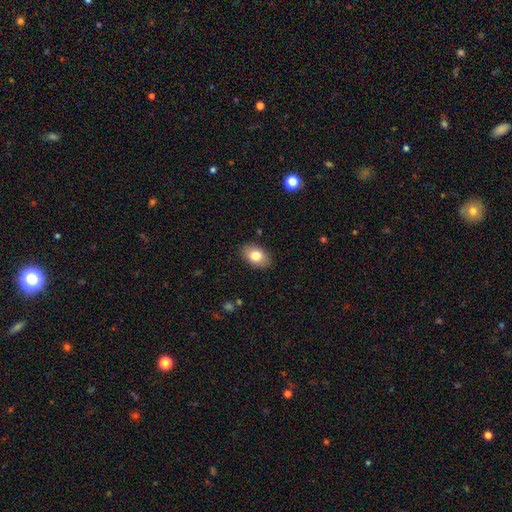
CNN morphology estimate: Smooth or featured? Predicted: smooth (p=0.80). How rounded? Predicted: in between (p=0.85). Merging? Predicted: none (p=0.87).